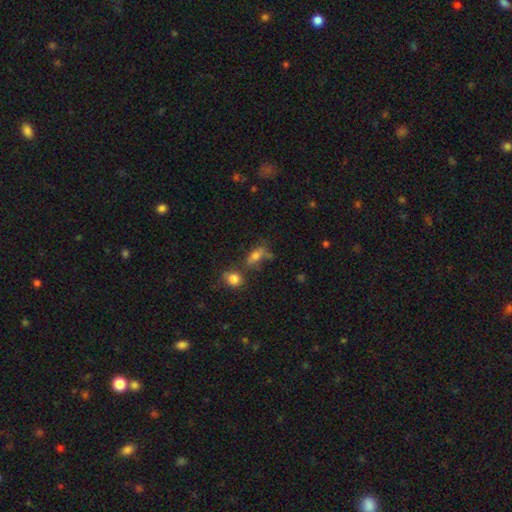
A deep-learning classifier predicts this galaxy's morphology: This appears to be a smooth galaxy with no disk features (64%) that is in between round and cigar-shaped (70%). Merging: none (49%).